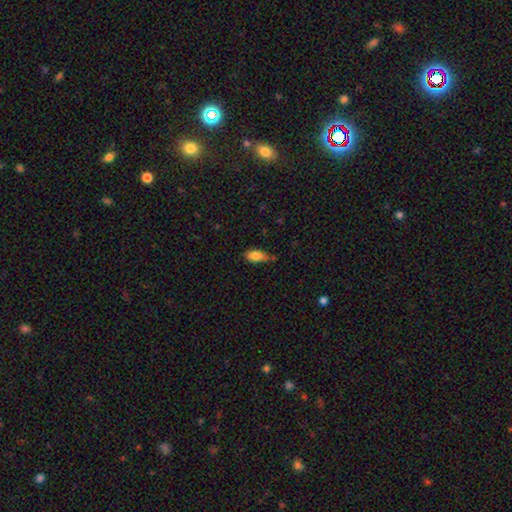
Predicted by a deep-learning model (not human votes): Q: Smooth or featured?
A: smooth (82%); runner-up: featured or disk (9%)
Q: How rounded?
A: in between (87%); runner-up: cigar-shaped (9%)
Q: Merging?
A: none (57%); runner-up: minor disturbance (32%)